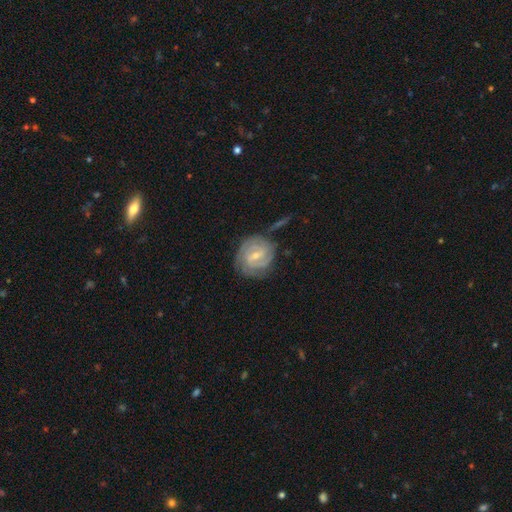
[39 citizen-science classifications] This is clearly a featured or disk galaxy (87%). It is clearly not viewed edge-on (100%). Bar: possibly weak (47%). Spiral arm pattern: clearly yes (100%). Spiral arm count: likely 2 (65%). Spiral winding: clearly tight (85%). Central bulge: possibly small (59%). Merging: likely none (78%).